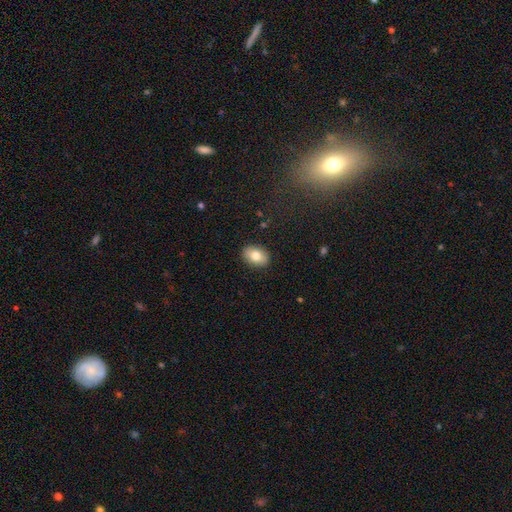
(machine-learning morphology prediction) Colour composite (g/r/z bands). It shows a smooth galaxy with no disk features (79%) that is in between round and cigar-shaped (78%). Merging: none (89%).